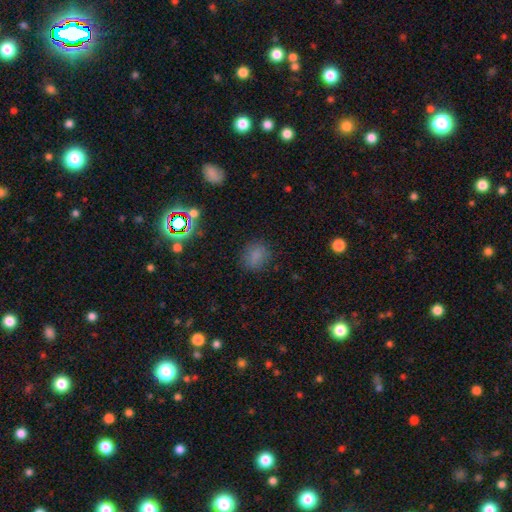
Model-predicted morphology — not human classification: A smooth galaxy with no disk features (77%) that is round (63%). Merging: none (83%).